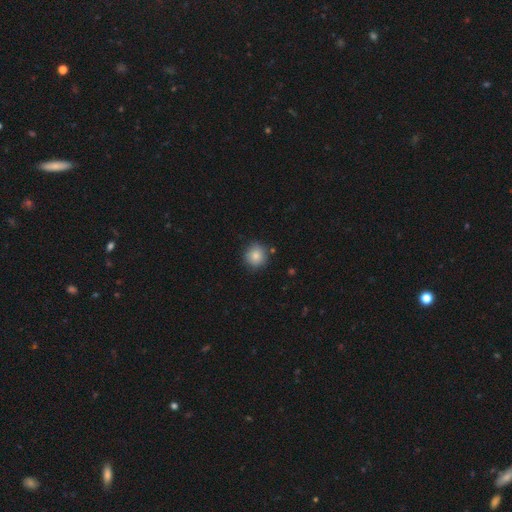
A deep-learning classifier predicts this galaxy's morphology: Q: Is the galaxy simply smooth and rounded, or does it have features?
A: smooth — 83%.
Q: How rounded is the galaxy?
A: round — 93%.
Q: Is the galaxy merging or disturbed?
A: none — 85%.